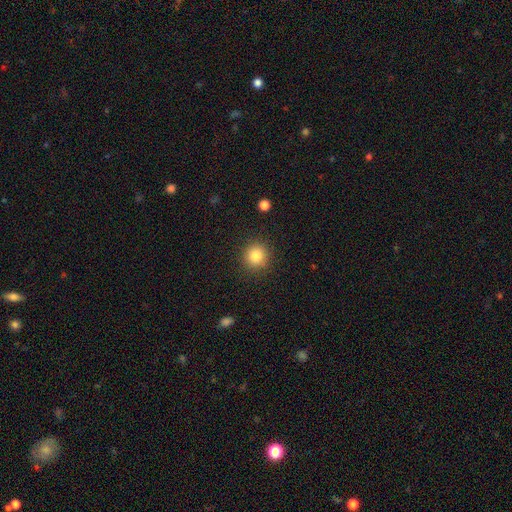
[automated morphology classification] smooth_or_featured: smooth (p=0.84) [alt: star or artifact p=0.10]
how_rounded: round (p=0.92) [alt: in between p=0.07]
merging: none (p=0.90) [alt: minor disturbance p=0.07]